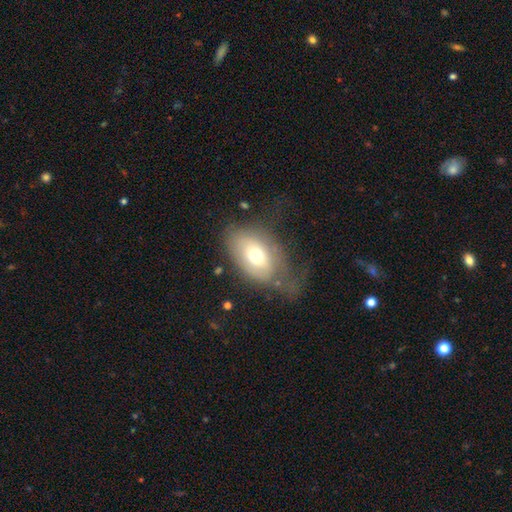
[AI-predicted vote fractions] This appears to be a smooth galaxy with no disk features (60%) that is in between round and cigar-shaped (86%). Merging: none (37%).